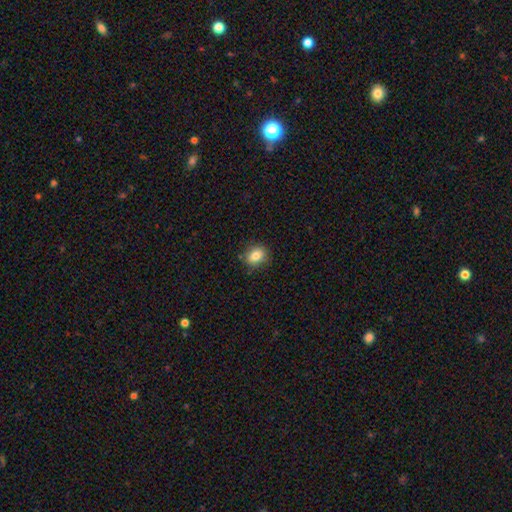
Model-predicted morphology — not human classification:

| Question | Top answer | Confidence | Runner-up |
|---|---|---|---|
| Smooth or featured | smooth | 82% | star or artifact (10%) |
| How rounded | round | 55% | in between (43%) |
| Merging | none | 86% | minor disturbance (11%) |